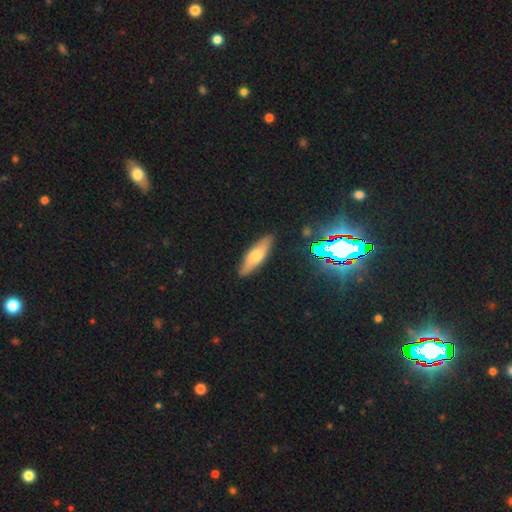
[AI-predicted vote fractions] A smooth galaxy with no disk features (58%) that is cigar-shaped (55%).

Vote fractions:
- Smooth or featured? smooth: 58% / featured or disk: 33% / star or artifact: 8%
- How rounded? cigar-shaped: 55% / in between: 43% / round: 2%
- Merging? none: 88% / minor disturbance: 9% / major disturbance: 2% / merger: 1%